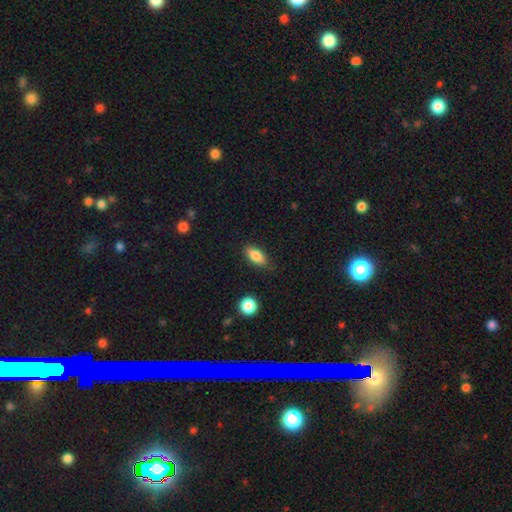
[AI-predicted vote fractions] Smooth or featured? smooth (83%)
How rounded? in between (85%)
Merging? none (84%)